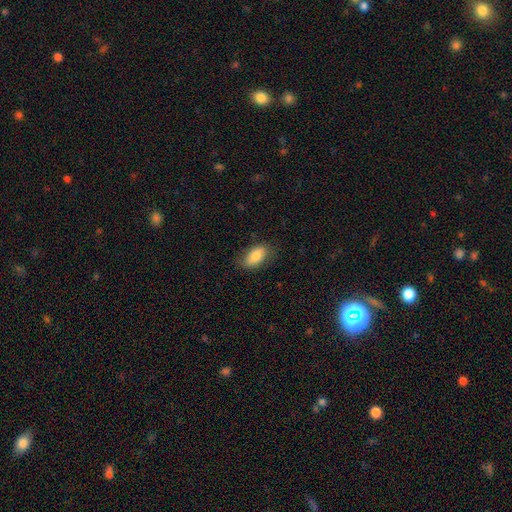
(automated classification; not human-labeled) smooth_or_featured: smooth (p=0.81) [alt: featured or disk p=0.12]
how_rounded: in between (p=0.92) [alt: round p=0.05]
merging: none (p=0.78) [alt: minor disturbance p=0.17]